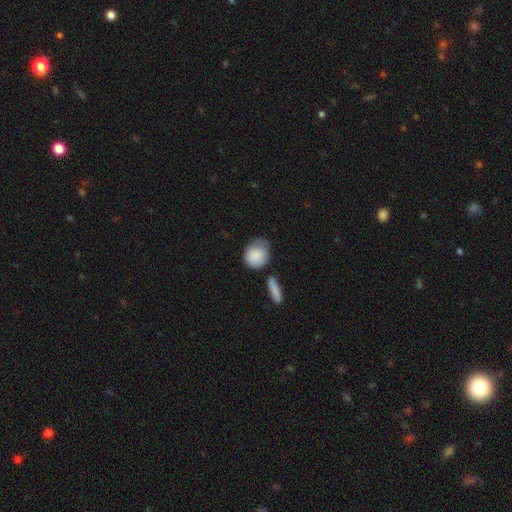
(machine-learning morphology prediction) The model was most divided on "merging": none: 53%, minor disturbance: 31%, major disturbance: 9%, merger: 7%. More confident: smooth or featured — smooth (85%); how rounded — round (67%).